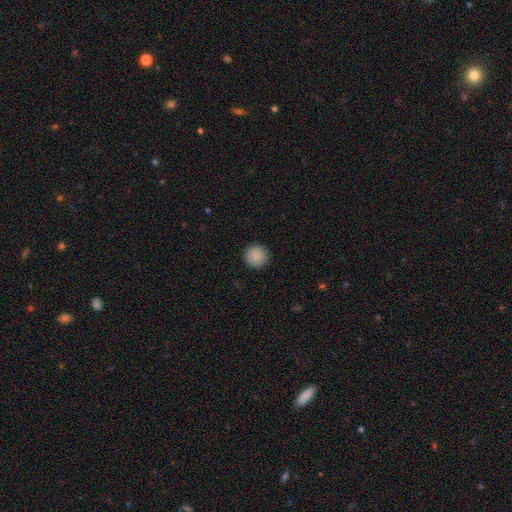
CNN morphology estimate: smooth-or-featured: smooth: 89% | star or artifact: 8% | featured or disk: 4%
  how-rounded: round: 96% | in between: 3% | cigar-shaped: 1%
  merging: none: 92% | minor disturbance: 5% | major disturbance: 2% | merger: 1%